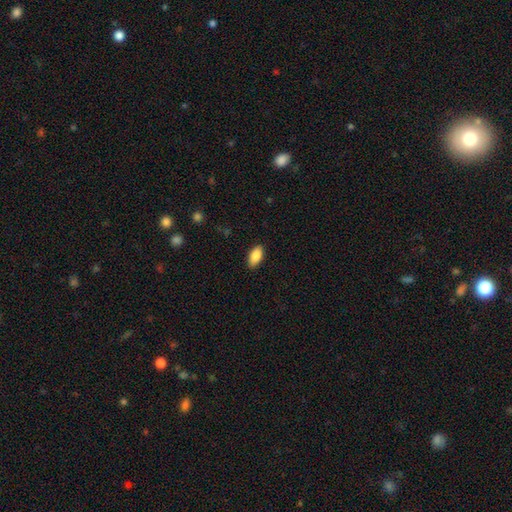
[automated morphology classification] Smooth or featured?
  - smooth: 88% *
  - star or artifact: 7%
  - featured or disk: 5%
How rounded?
  - in between: 93% *
  - cigar-shaped: 5%
  - round: 3%
Merging?
  - none: 88% *
  - minor disturbance: 9%
  - major disturbance: 2%
  - merger: 1%